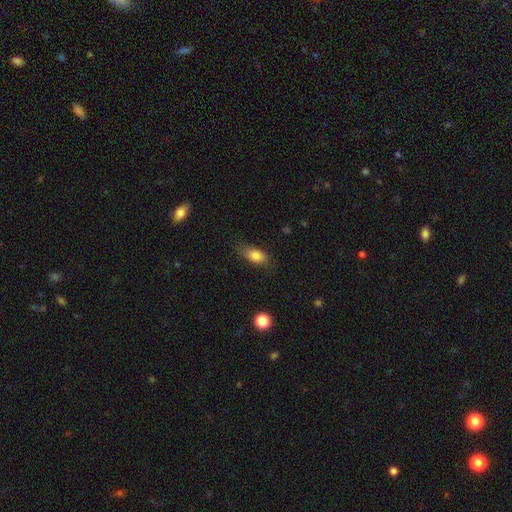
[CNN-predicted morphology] Smooth or featured?
  - smooth: 81% *
  - featured or disk: 10%
  - star or artifact: 8%
How rounded?
  - in between: 83% *
  - cigar-shaped: 9%
  - round: 8%
Merging?
  - none: 74% *
  - minor disturbance: 19%
  - major disturbance: 5%
  - merger: 1%